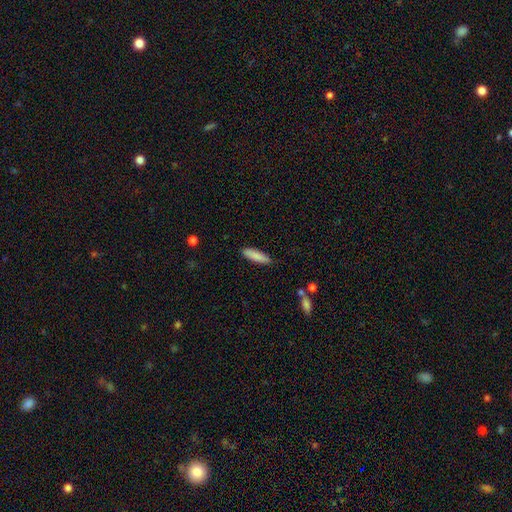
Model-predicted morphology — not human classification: smooth_or_featured: smooth (p=0.85) [alt: featured or disk p=0.09]
how_rounded: cigar-shaped (p=0.66) [alt: in between p=0.33]
merging: none (p=0.86) [alt: minor disturbance p=0.10]